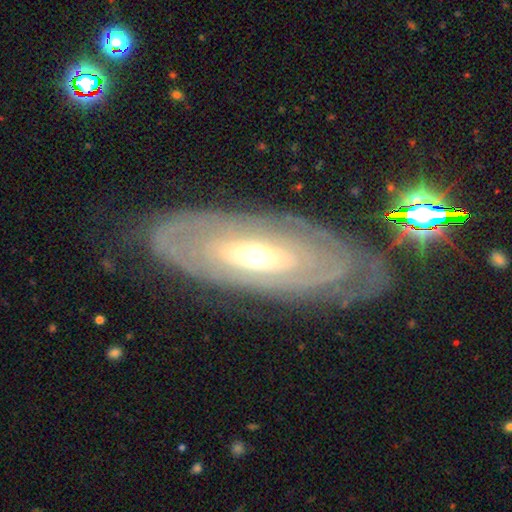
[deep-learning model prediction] Overall: featured or disk (78%). Edge-on disk: no (86%). Bar: no (64%; weak 24%). Spiral arms: yes (67%; no 33%). Bulge size: moderate (59%; small 31%). Merging: none (76%).